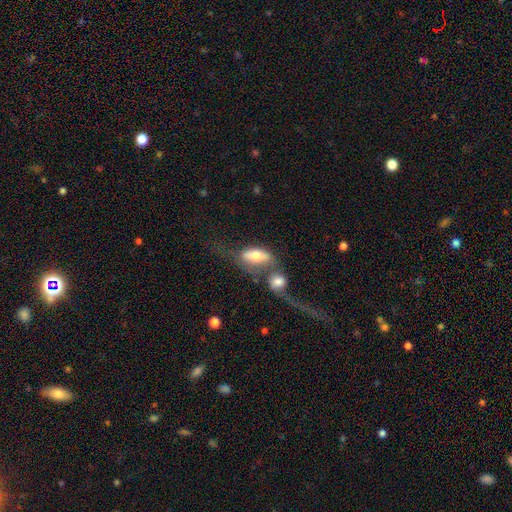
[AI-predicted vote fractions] The model was most divided on "smooth or featured": smooth: 59%, featured or disk: 34%, star or artifact: 7%. More confident: how rounded — in between (82%); merging — merger (59%).